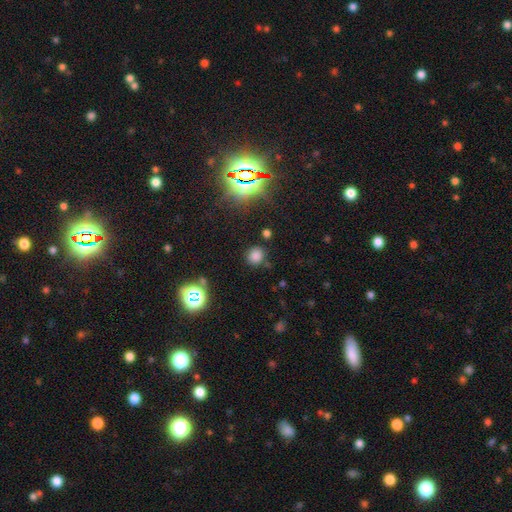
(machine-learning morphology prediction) smooth 72%, star or artifact 23%, featured or disk 6%. Down the decision tree: how rounded — round (80%); merging — none (81%).